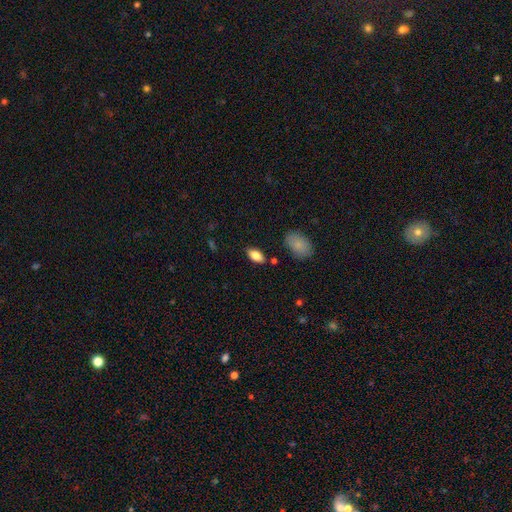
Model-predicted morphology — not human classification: This is clearly a smooth galaxy (81%). How rounded: clearly in between (91%). Merging: clearly none (84%).